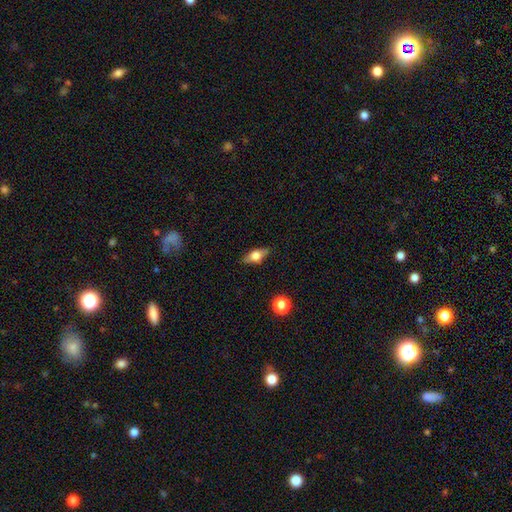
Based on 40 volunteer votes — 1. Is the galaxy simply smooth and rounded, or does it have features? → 48% smooth (tied), 48% featured or disk (tied), 5% star or artifact.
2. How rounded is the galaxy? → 68% in between, 21% cigar-shaped, 11% round.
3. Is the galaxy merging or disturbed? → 76% none, 16% minor disturbance, 5% major disturbance, 3% merger.